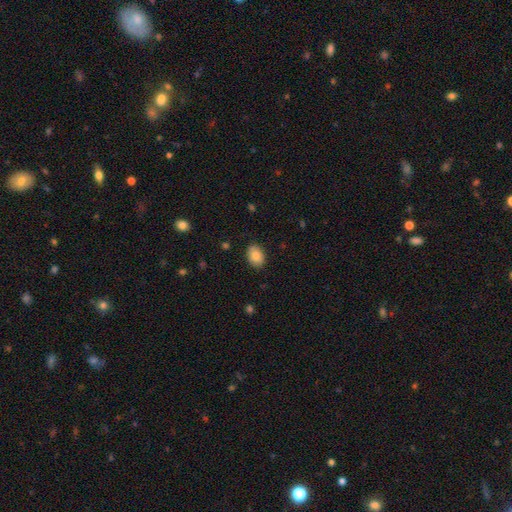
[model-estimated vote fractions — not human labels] smooth_or_featured: smooth (p=0.86) [alt: star or artifact p=0.07]
how_rounded: in between (p=0.82) [alt: round p=0.17]
merging: none (p=0.87) [alt: minor disturbance p=0.10]